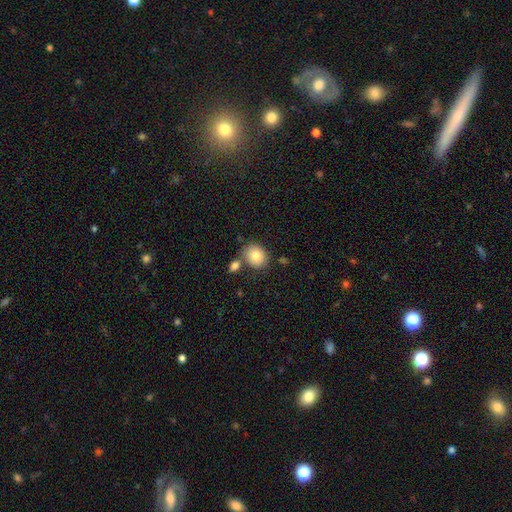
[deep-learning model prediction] Smooth or featured?
  - smooth: 82% *
  - featured or disk: 9%
  - star or artifact: 8%
How rounded?
  - round: 61% *
  - in between: 39%
  - cigar-shaped: 1%
Merging?
  - none: 67% *
  - merger: 18%
  - minor disturbance: 12%
  - major disturbance: 3%